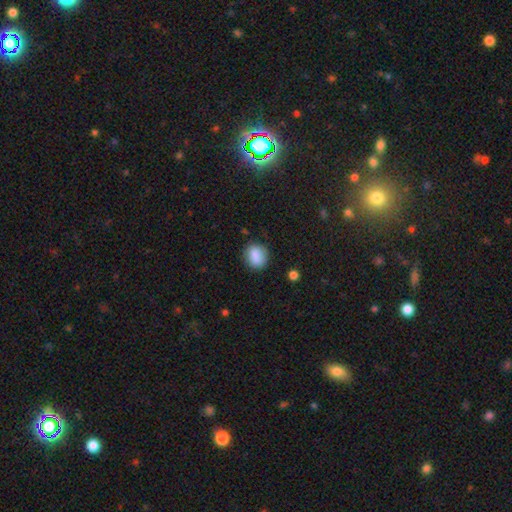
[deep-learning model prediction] Smooth or featured?
  - smooth: 86% *
  - star or artifact: 8%
  - featured or disk: 6%
How rounded?
  - round: 63% *
  - in between: 36%
  - cigar-shaped: 1%
Merging?
  - none: 79% *
  - minor disturbance: 15%
  - major disturbance: 4%
  - merger: 2%